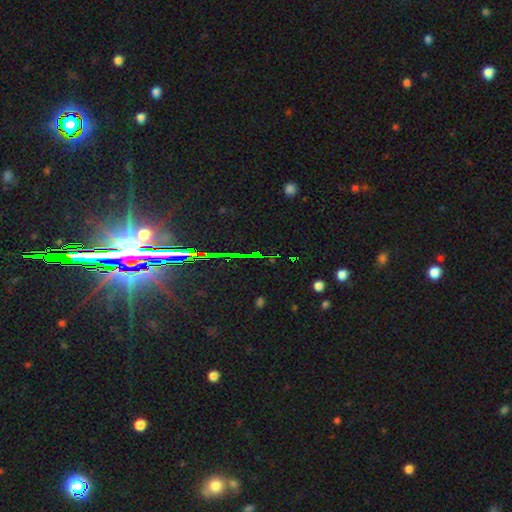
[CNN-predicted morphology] A star or artifact, not a galaxy (79%).

Vote fractions:
- Smooth or featured? star or artifact: 79% / featured or disk: 11% / smooth: 10%